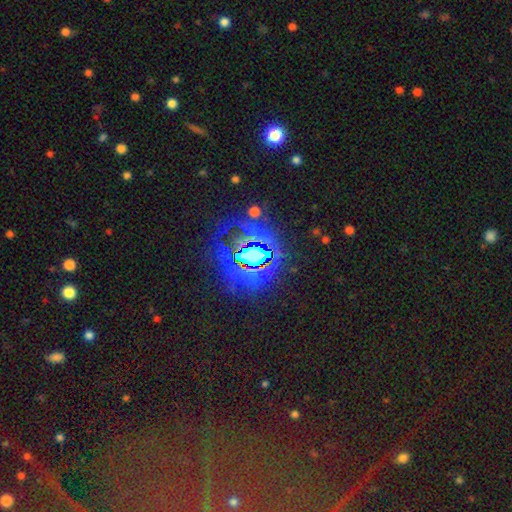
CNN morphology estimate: Overall: star or artifact (73%).